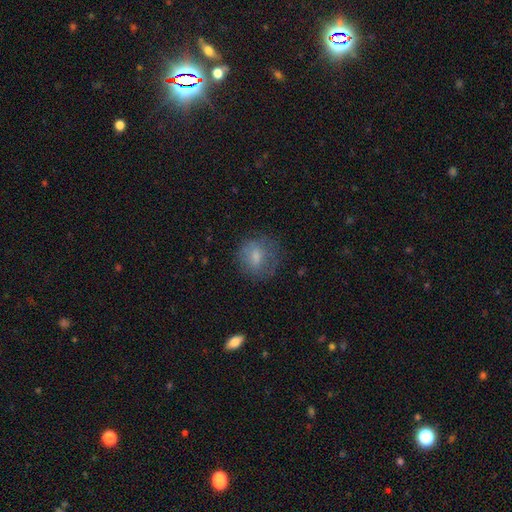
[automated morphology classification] This appears to be a smooth galaxy with no disk features (69%) that is round (74%). Merging: none (66%).